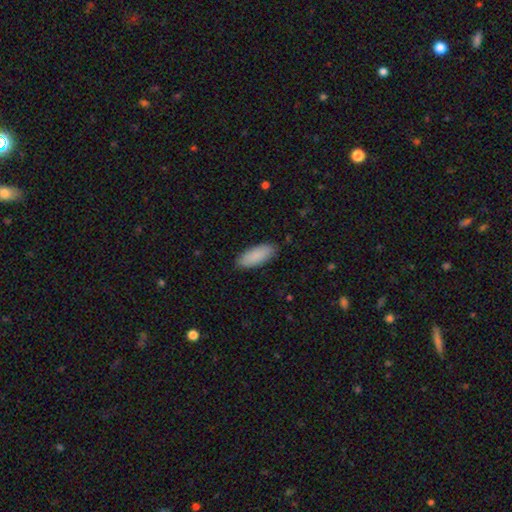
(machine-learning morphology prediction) Smooth or featured? Predicted: smooth (p=0.89). How rounded? Predicted: in between (p=0.79). Merging? Predicted: none (p=0.87).